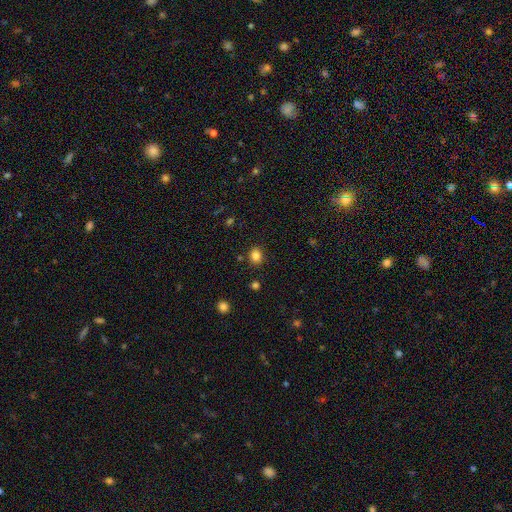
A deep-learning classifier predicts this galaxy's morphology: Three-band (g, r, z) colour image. It shows a smooth galaxy with no disk features (83%) that is round (64%). Merging: none (87%).